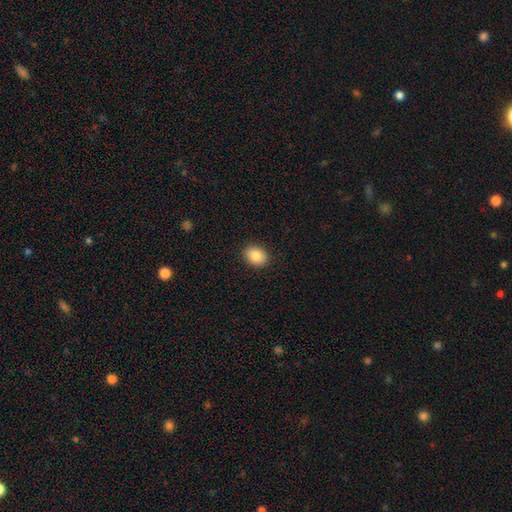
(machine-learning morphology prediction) This appears to be a smooth galaxy with no disk features (87%) that is in between round and cigar-shaped (58%). Merging: none (90%).